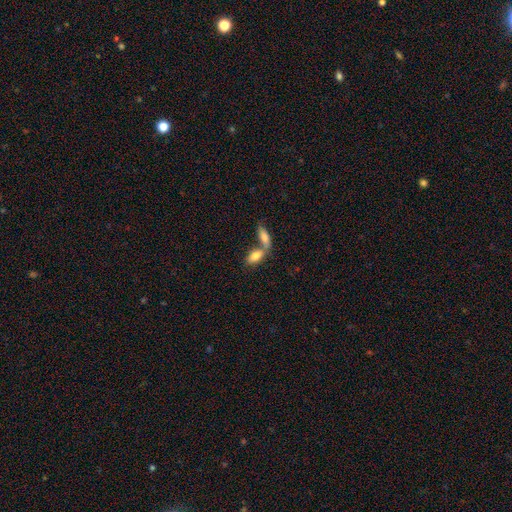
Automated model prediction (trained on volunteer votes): Smooth or featured? smooth (80%)
How rounded? in between (87%)
Merging? merger (59%)